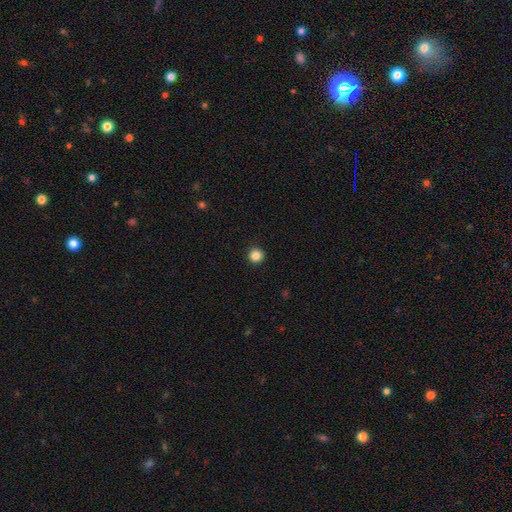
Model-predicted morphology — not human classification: Smooth or featured? smooth (85%)
How rounded? round (96%)
Merging? none (93%)